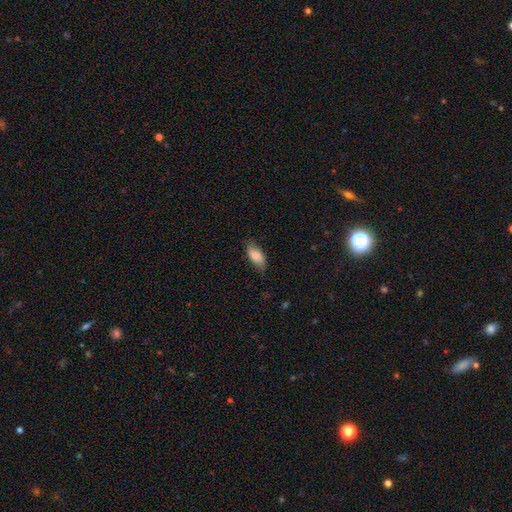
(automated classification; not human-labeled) Morphology: type=smooth (79%); roundness=in between (87%); merging=none (70%).